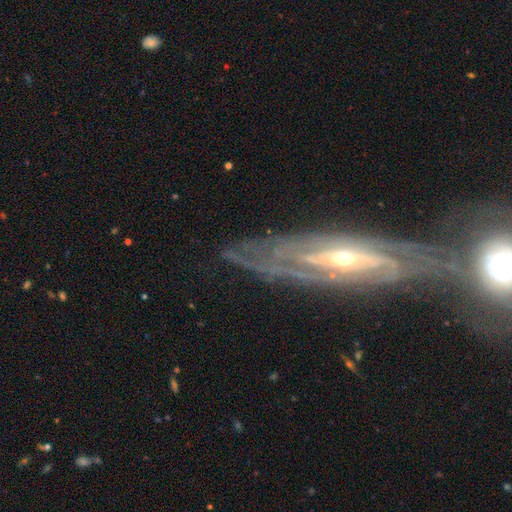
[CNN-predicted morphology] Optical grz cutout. It shows a featured or disk galaxy (86%) with no bar (44%), tight (67%) spiral arms (89%) and a small central bulge (50%). Merging: none (63%).